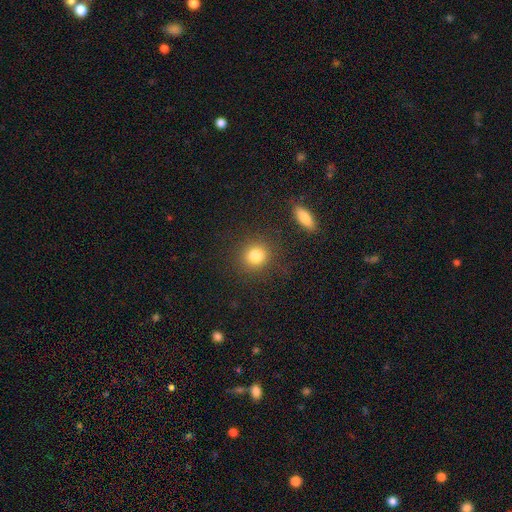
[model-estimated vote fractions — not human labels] Smooth or featured: smooth — 82% (star or artifact — 11%)
How rounded: round — 85% (in between — 14%)
Merging: none — 86% (minor disturbance — 8%)